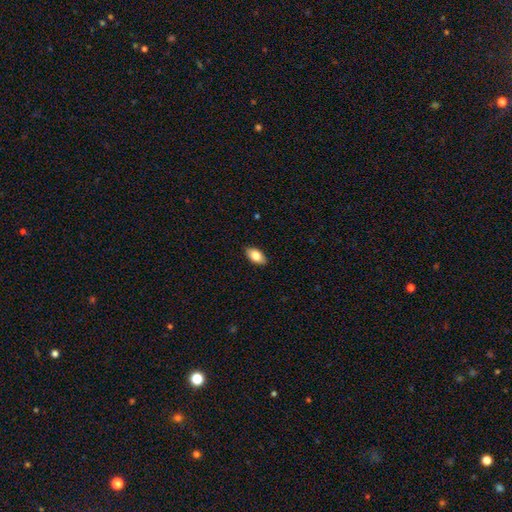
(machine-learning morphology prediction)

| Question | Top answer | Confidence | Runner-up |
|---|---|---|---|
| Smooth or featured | smooth | 83% | featured or disk (10%) |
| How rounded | in between | 93% | round (4%) |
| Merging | none | 88% | minor disturbance (9%) |